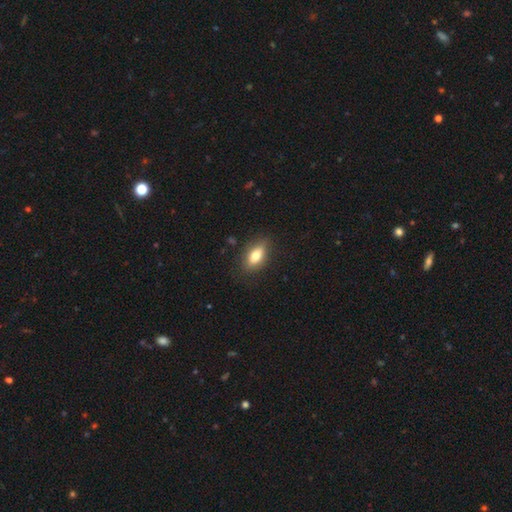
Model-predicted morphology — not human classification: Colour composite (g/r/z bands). It shows a smooth galaxy with no disk features (76%) that is in between round and cigar-shaped (85%). Merging: none (83%).